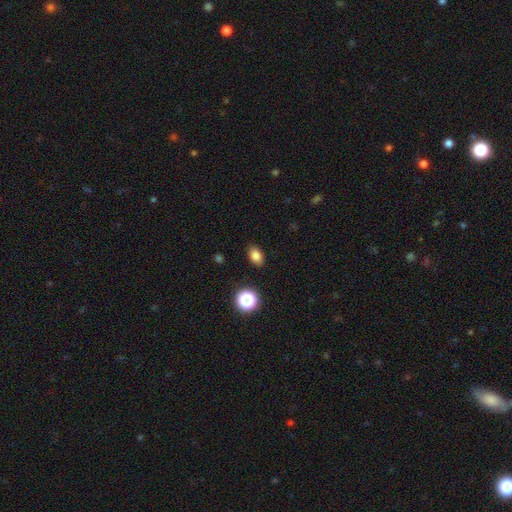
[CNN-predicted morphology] type=smooth (81%); roundness=in between (80%); merging=none (87%).